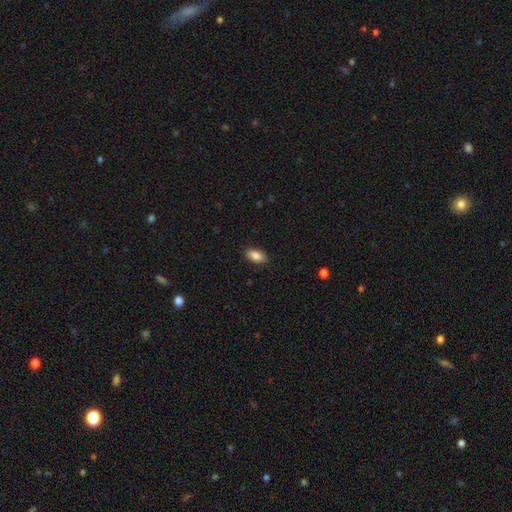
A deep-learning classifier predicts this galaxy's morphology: Overall: smooth (87%). How rounded: in between (92%). Merging: none (89%).